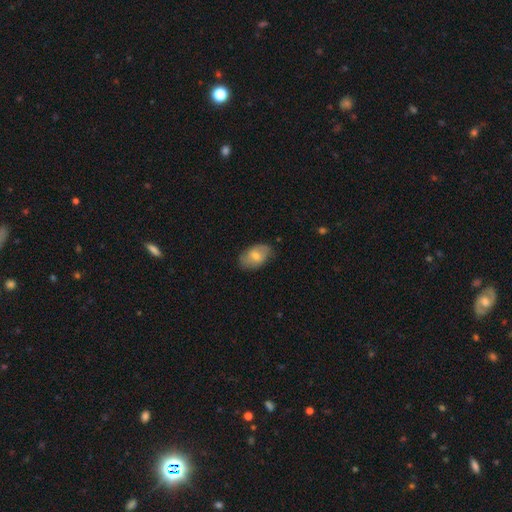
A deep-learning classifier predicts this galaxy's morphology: Smooth or featured? smooth (64%)
How rounded? in between (90%)
Merging? none (73%)